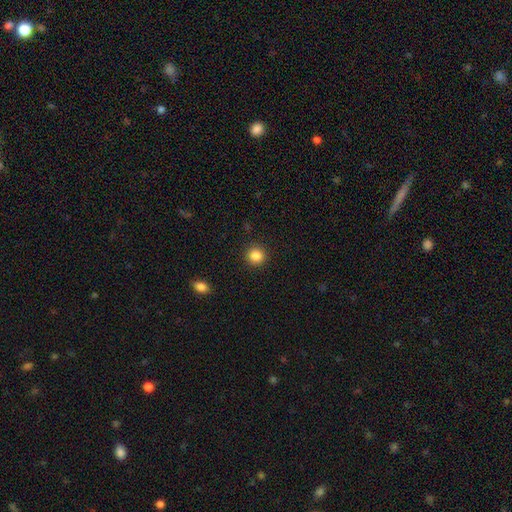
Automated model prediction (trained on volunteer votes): smooth_or_featured: smooth (p=0.85) [alt: star or artifact p=0.11]
how_rounded: round (p=0.93) [alt: in between p=0.06]
merging: none (p=0.92) [alt: minor disturbance p=0.05]